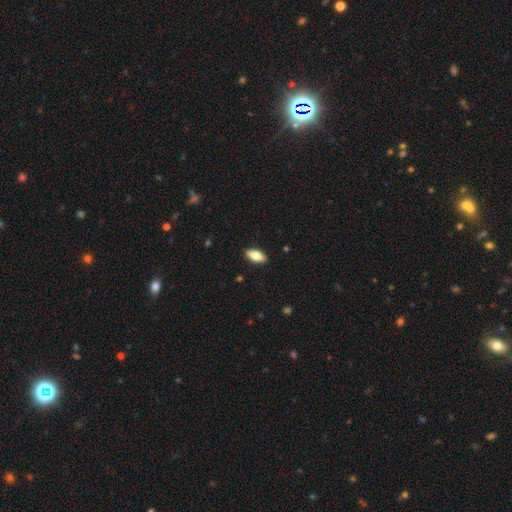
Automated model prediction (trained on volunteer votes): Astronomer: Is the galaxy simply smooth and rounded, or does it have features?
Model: smooth — 74%.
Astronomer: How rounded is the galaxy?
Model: in between — 85%.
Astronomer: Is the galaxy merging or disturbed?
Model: none — 89%.